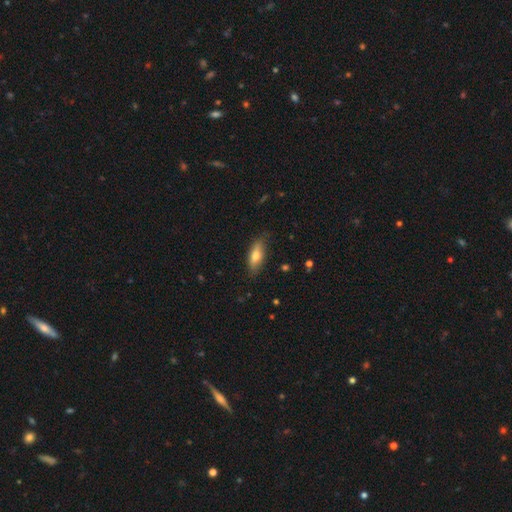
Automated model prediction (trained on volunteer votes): Morphology: type=smooth (69%); roundness=in between (68%); merging=none (80%).